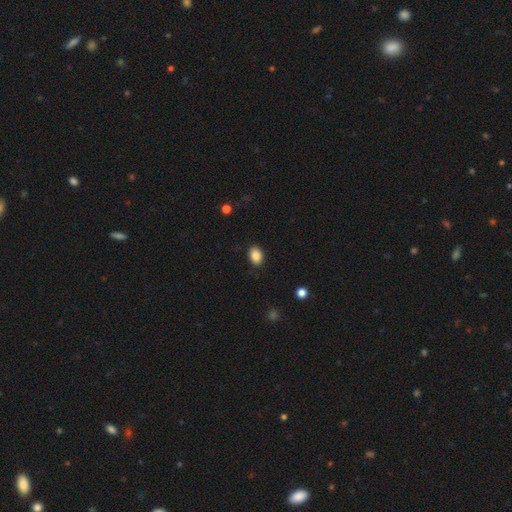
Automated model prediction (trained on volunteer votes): This is clearly a smooth galaxy (87%). How rounded: likely in between (75%). Merging: clearly none (88%).